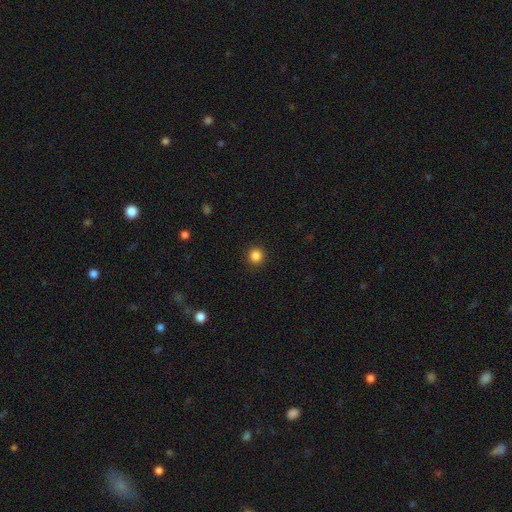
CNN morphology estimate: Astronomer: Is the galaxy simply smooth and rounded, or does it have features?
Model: smooth — 85%.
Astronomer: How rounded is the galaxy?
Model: round — 94%.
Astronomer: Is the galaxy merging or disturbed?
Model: none — 92%.